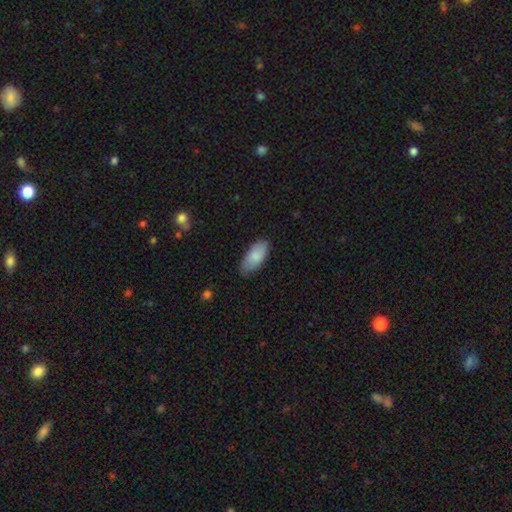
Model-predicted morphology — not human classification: Smooth or featured? smooth (84%)
How rounded? in between (90%)
Merging? none (78%)